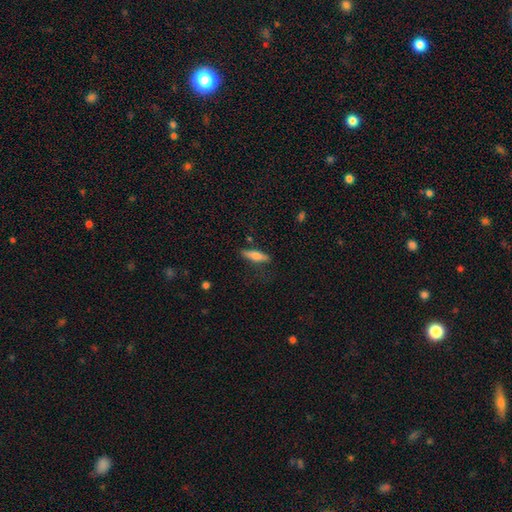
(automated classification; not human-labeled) Overall: smooth (65%; featured or disk 29%). How rounded: cigar-shaped (69%; in between 29%). Merging: none (77%).